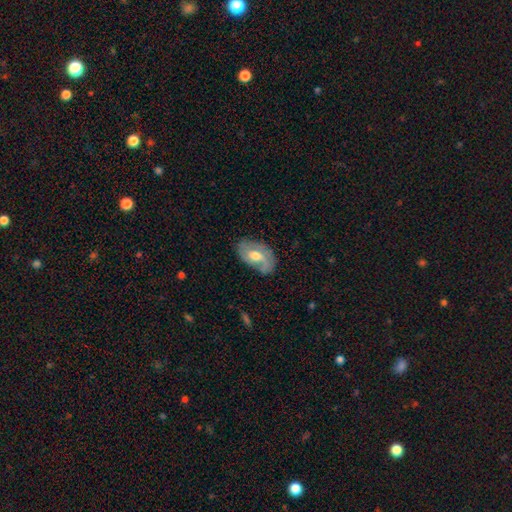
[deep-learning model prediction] Morphology: type=featured or disk (68%); edge-on=no (95%); bar=no (51%); spiral arms=yes (84%); winding=medium (41%); arm count=2 (58%); bulge=moderate (72%); merging=none (69%).